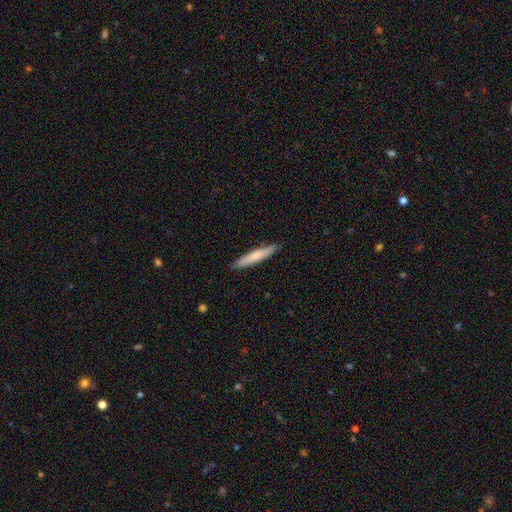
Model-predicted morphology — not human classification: smooth 70%, featured or disk 24%, star or artifact 5%. Down the decision tree: how rounded — cigar-shaped (93%); merging — none (89%).